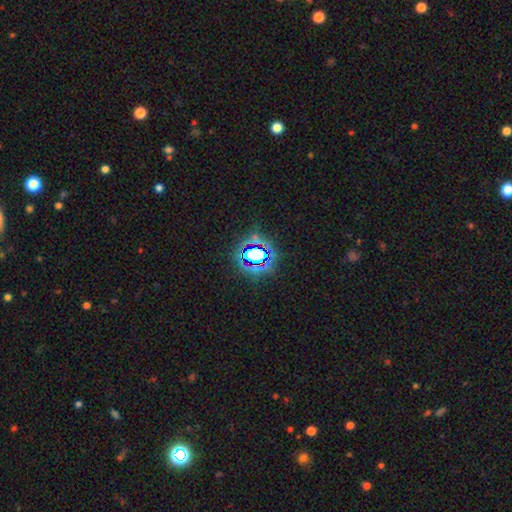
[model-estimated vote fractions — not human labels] A star or artifact, not a galaxy (71%).